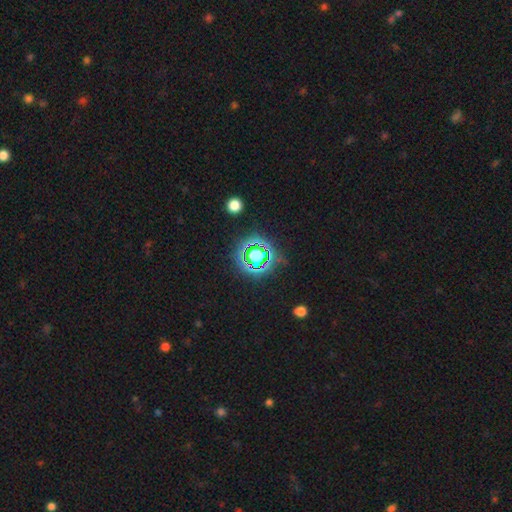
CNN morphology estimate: Smooth or featured? star or artifact (66%)